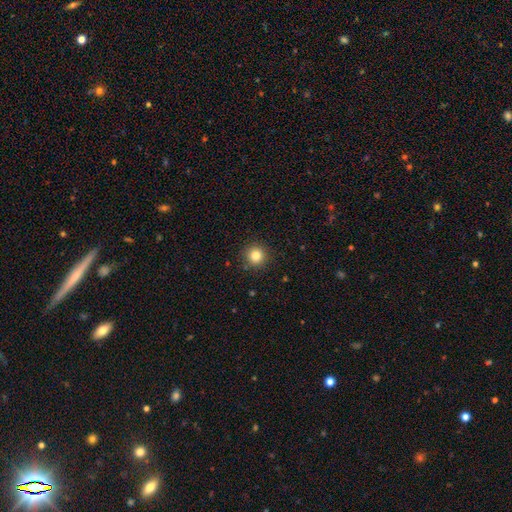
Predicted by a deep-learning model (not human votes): A smooth galaxy with no disk features (82%) that is round (95%). Merging: none (91%).